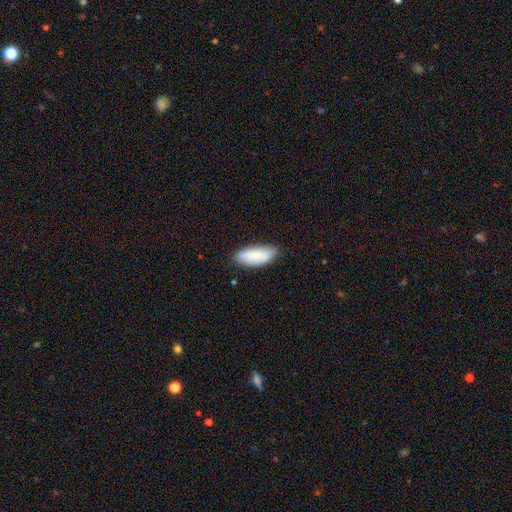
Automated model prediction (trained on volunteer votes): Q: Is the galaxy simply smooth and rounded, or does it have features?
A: smooth — 81%.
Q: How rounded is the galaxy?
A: in between — 81%.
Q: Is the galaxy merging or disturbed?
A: none — 79%.